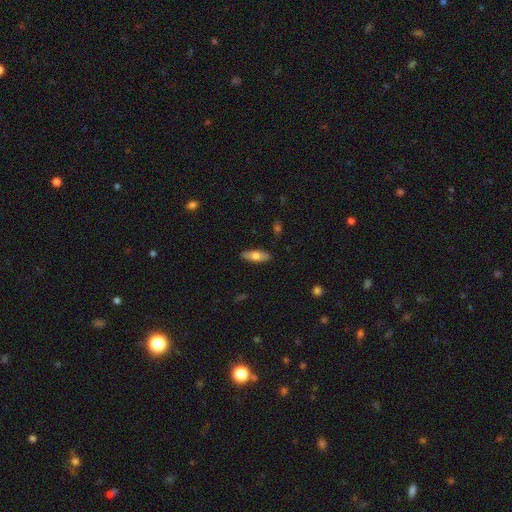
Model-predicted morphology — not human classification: smooth_or_featured: smooth (p=0.71) [alt: featured or disk p=0.23]
how_rounded: in between (p=0.67) [alt: cigar-shaped p=0.31]
merging: none (p=0.88) [alt: minor disturbance p=0.09]